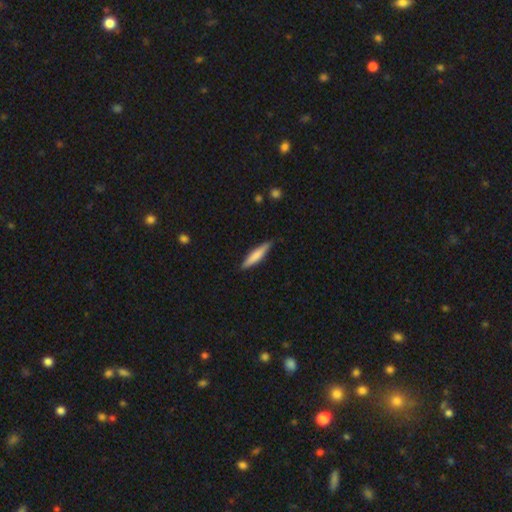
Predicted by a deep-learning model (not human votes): Smooth or featured? smooth (68%)
How rounded? cigar-shaped (88%)
Merging? none (86%)